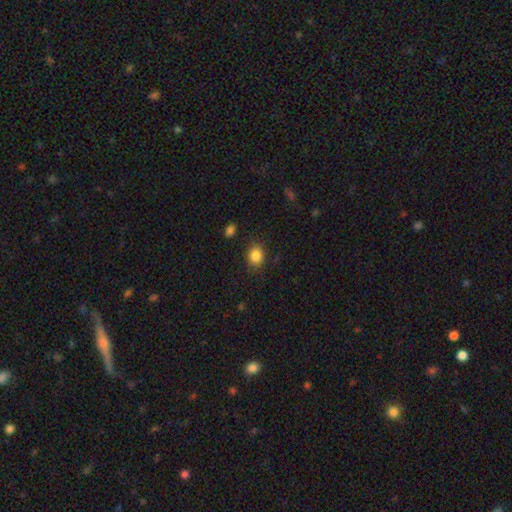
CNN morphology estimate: A smooth galaxy with no disk features (85%) that is round (65%). Merging: none (82%).